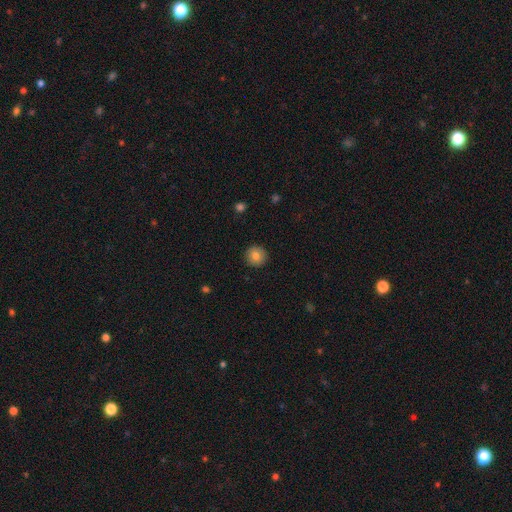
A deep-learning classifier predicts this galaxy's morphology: smooth-or-featured: smooth: 82% | featured or disk: 9% | star or artifact: 9%
  how-rounded: round: 94% | in between: 5% | cigar-shaped: 1%
  merging: none: 92% | minor disturbance: 5% | major disturbance: 2% | merger: 1%